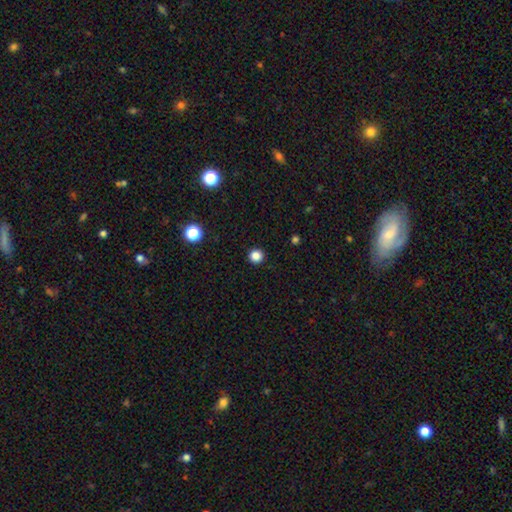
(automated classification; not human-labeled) The model was most divided on "smooth or featured": smooth: 85%, star or artifact: 12%, featured or disk: 3%. More confident: how rounded — round (95%); merging — none (93%).